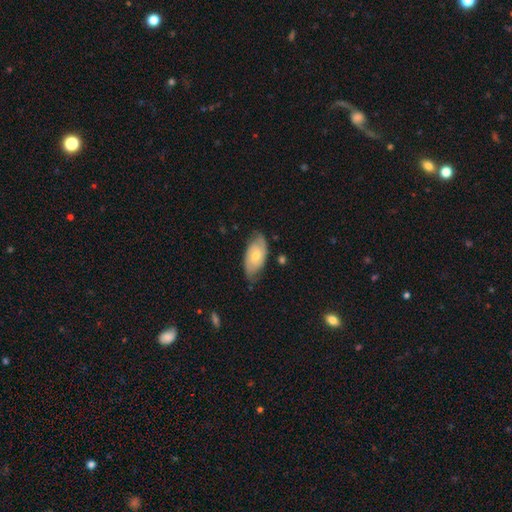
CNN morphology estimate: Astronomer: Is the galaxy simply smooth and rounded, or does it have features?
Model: featured or disk — 56% (runner-up: smooth, 38%).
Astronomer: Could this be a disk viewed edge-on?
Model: no — 92%.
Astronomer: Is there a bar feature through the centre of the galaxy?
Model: no — 65%.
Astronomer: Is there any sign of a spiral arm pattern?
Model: yes — 84%.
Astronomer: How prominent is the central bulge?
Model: moderate — 52% (runner-up: small, 43%).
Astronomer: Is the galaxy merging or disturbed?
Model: none — 71%.